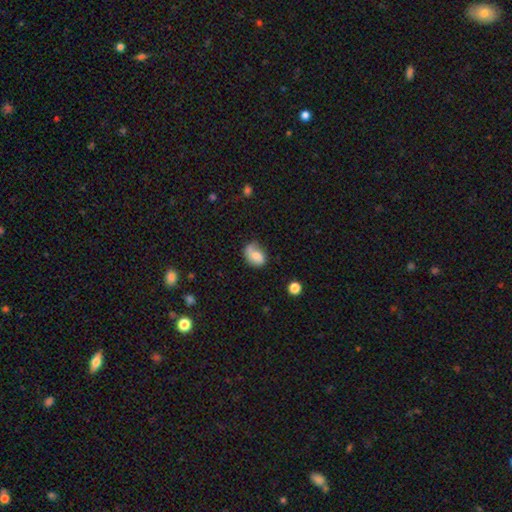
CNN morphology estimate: type=smooth (65%); roundness=in between (76%); merging=none (45%).